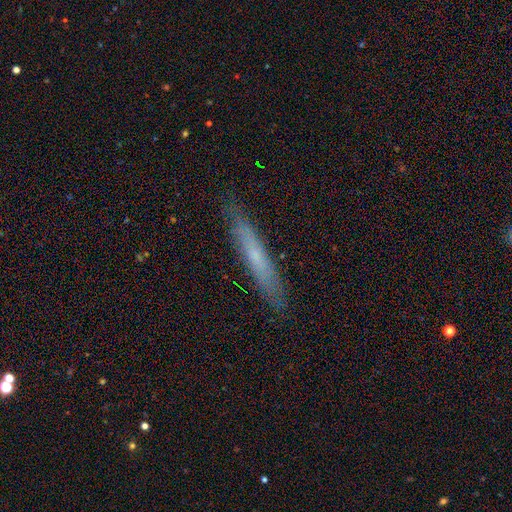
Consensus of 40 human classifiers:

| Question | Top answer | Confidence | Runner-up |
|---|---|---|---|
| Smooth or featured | smooth | 72% | featured or disk (25%) |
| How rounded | cigar-shaped | 100% | — |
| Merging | none | 92% | minor disturbance (8%) |